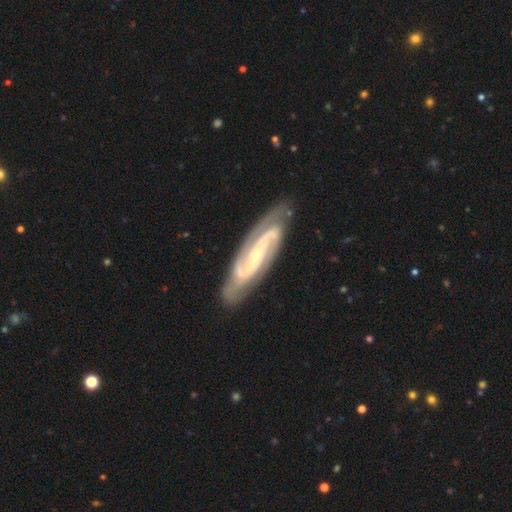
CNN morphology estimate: Overall: featured or disk (91%). Edge-on disk: no (92%). Bar: strong (41%; weak 31%). Spiral arms: yes (98%). Spiral arm count: 2 (83%). Spiral winding: medium (48%; tight 38%). Bulge size: small (74%). Merging: none (80%).